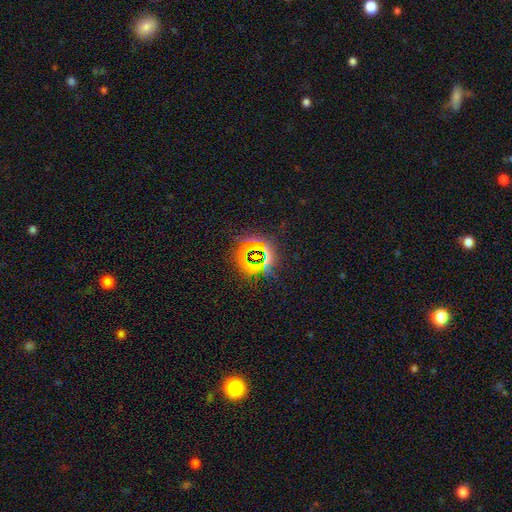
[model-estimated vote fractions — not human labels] smooth_or_featured: star or artifact (p=0.77) [alt: smooth p=0.15]